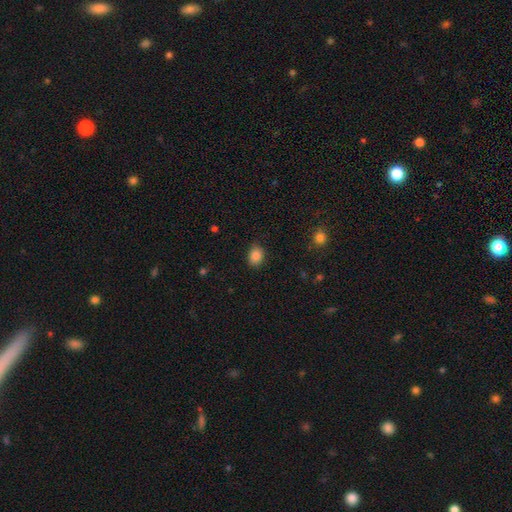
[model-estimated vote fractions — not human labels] A smooth galaxy with no disk features (86%) that is in between round and cigar-shaped (56%). Merging: none (85%).